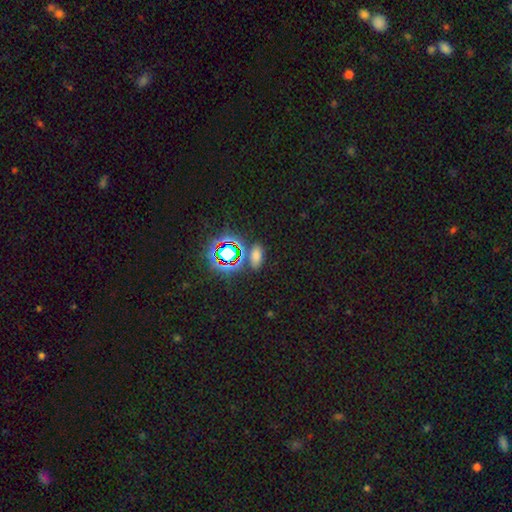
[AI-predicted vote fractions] The model was most divided on "smooth or featured": smooth: 61%, star or artifact: 32%, featured or disk: 7%. More confident: how rounded — in between (86%); merging — none (77%).